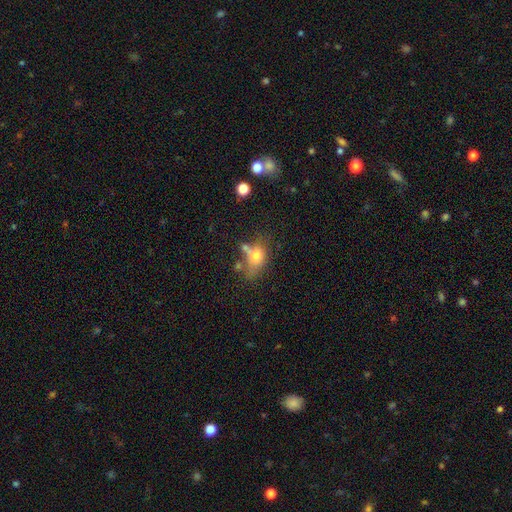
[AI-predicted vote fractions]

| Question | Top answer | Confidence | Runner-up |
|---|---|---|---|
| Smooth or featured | smooth | 70% | featured or disk (18%) |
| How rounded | in between | 68% | round (29%) |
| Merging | none | 41% | merger (25%) |